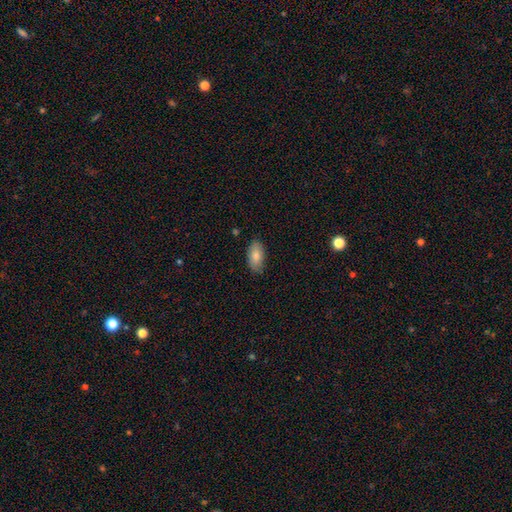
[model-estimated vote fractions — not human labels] This is clearly a smooth galaxy (84%). How rounded: clearly in between (93%). Merging: clearly none (84%).